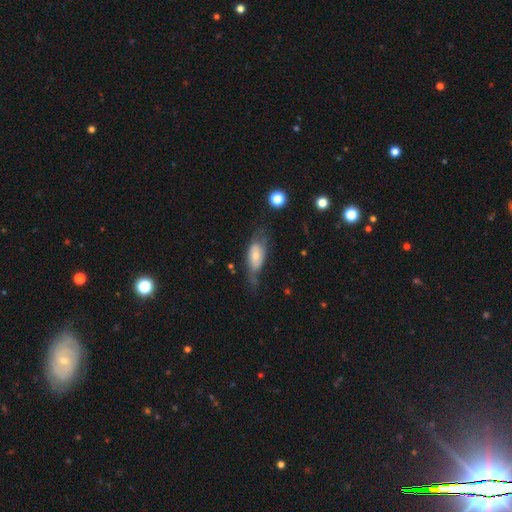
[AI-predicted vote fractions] Smooth or featured: smooth — 51% (featured or disk — 42%)
How rounded: in between — 82% (cigar-shaped — 14%)
Merging: none — 40% (minor disturbance — 32%)